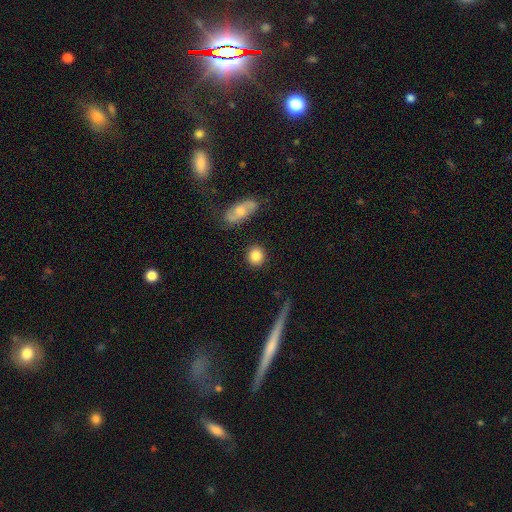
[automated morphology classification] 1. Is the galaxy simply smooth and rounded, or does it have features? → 84% smooth, 8% star or artifact, 7% featured or disk.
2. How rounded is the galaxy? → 86% round, 12% in between, 2% cigar-shaped.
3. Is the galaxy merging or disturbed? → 87% none, 7% minor disturbance, 3% merger, 3% major disturbance.